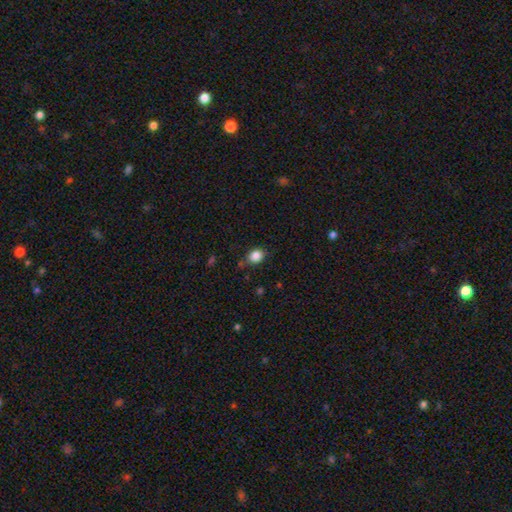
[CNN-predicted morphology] Smooth or featured? Predicted: smooth (p=0.85). How rounded? Predicted: round (p=0.57). Merging? Predicted: none (p=0.78).